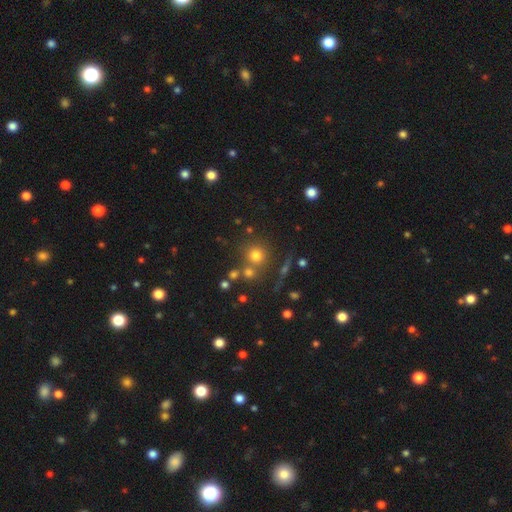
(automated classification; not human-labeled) smooth 71%, star or artifact 17%, featured or disk 11%. Down the decision tree: how rounded — round (92%); merging — none (68%).